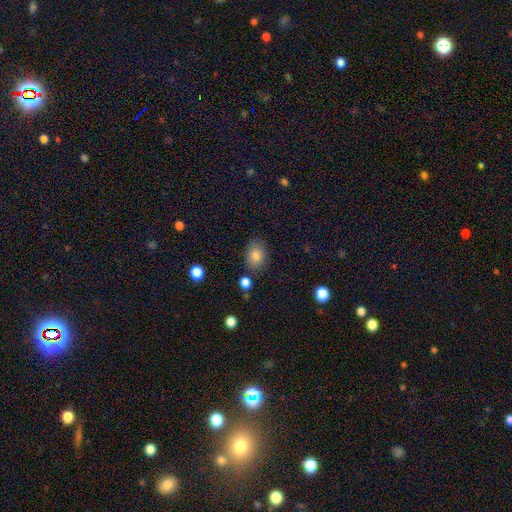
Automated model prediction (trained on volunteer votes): smooth_or_featured: smooth (p=0.81) [alt: star or artifact p=0.10]
how_rounded: in between (p=0.63) [alt: round p=0.36]
merging: none (p=0.79) [alt: minor disturbance p=0.14]